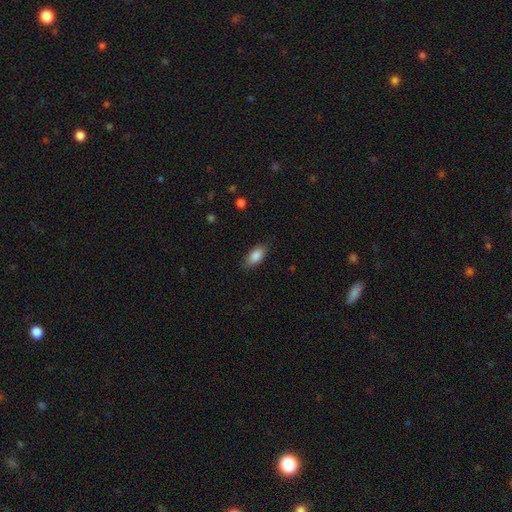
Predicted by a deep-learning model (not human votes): Smooth or featured: smooth — 87% (featured or disk — 7%)
How rounded: in between — 88% (cigar-shaped — 9%)
Merging: none — 84% (minor disturbance — 12%)